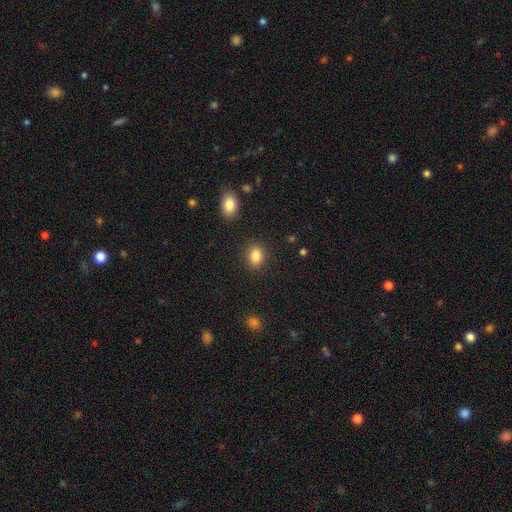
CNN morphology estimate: The model was most divided on "how rounded": in between: 70%, round: 29%, cigar-shaped: 1%. More confident: merging — none (86%); smooth or featured — smooth (86%).